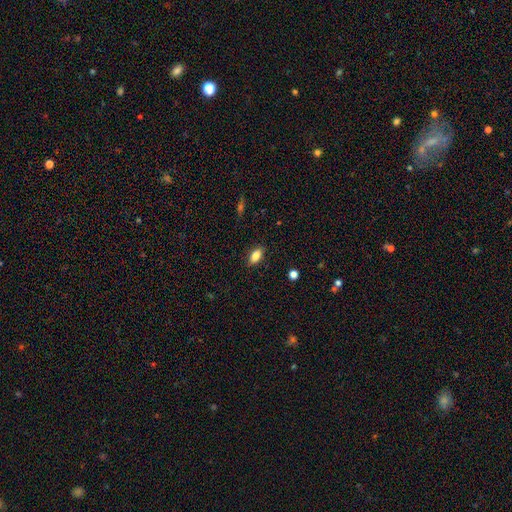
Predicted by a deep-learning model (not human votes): A smooth galaxy with no disk features (81%) that is in between round and cigar-shaped (86%).

Vote fractions:
- Smooth or featured? smooth: 81% / featured or disk: 10% / star or artifact: 8%
- How rounded? in between: 86% / cigar-shaped: 9% / round: 5%
- Merging? none: 85% / minor disturbance: 11% / major disturbance: 2% / merger: 1%